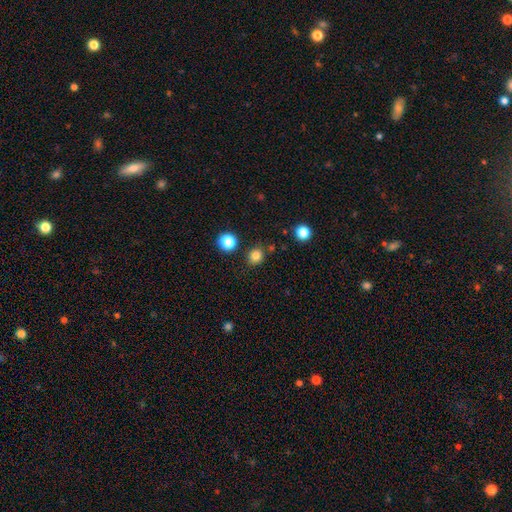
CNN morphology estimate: Smooth or featured: smooth — 81% (star or artifact — 14%)
How rounded: round — 83% (in between — 16%)
Merging: none — 86% (minor disturbance — 8%)